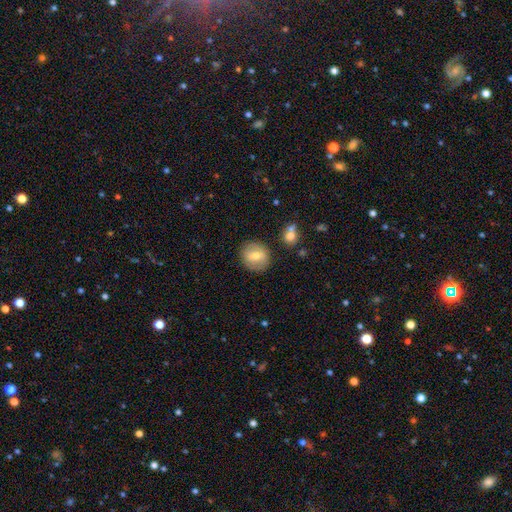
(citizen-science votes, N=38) This is possibly a featured or disk galaxy (53%). It is clearly not viewed edge-on (95%). Bar: marginally strong (37%, tied with weak). Spiral arm pattern: clearly no (95%). Central bulge: likely moderate (63%). Merging: clearly none (95%).